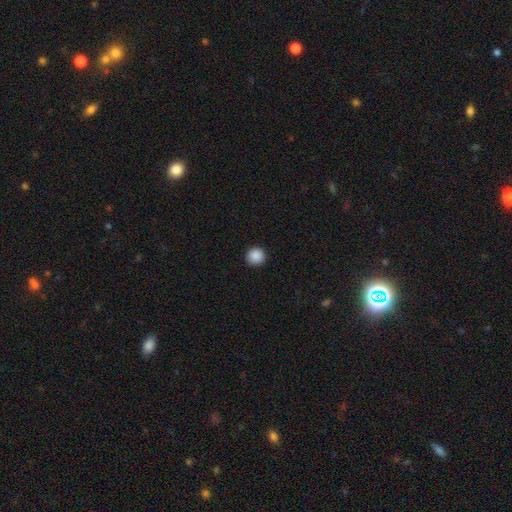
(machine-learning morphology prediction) smooth_or_featured: smooth (p=0.88) [alt: star or artifact p=0.09]
how_rounded: round (p=0.95) [alt: in between p=0.04]
merging: none (p=0.93) [alt: minor disturbance p=0.05]